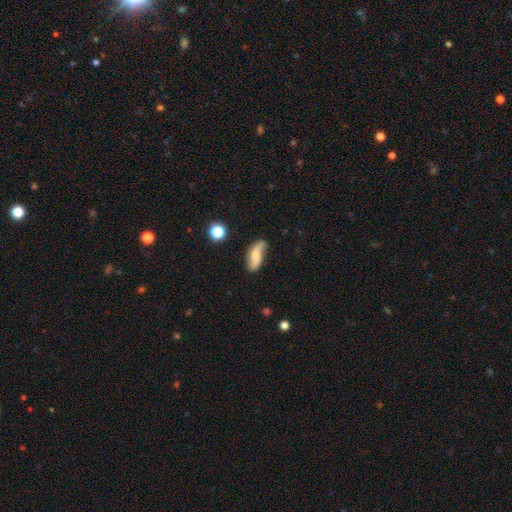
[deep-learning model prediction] Morphology: type=smooth (50%); roundness=in between (73%); merging=none (57%).